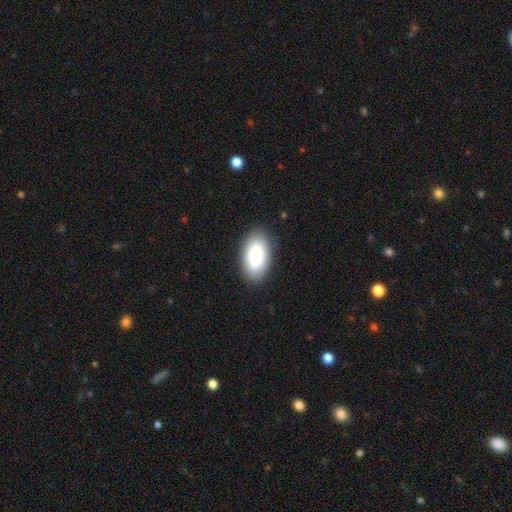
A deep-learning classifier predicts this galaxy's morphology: The model was most divided on "smooth or featured": smooth: 84%, featured or disk: 10%, star or artifact: 7%. More confident: how rounded — in between (94%); merging — none (86%).